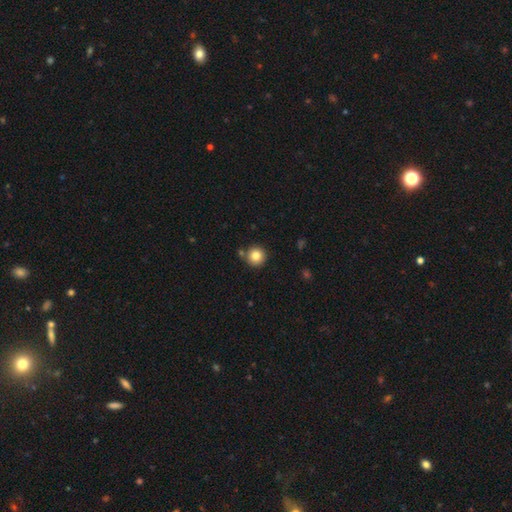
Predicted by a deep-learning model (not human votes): Overall: smooth (82%). How rounded: round (95%). Merging: none (83%).